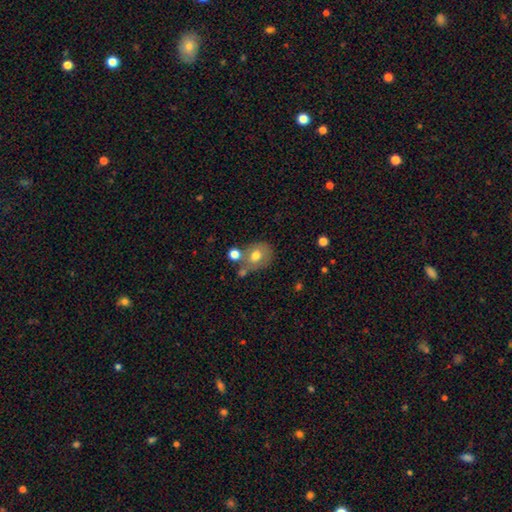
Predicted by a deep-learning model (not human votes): Morphology: type=smooth (69%); roundness=round (60%); merging=none (52%).